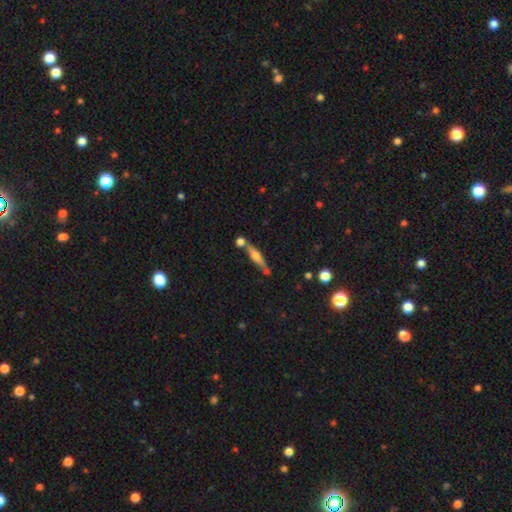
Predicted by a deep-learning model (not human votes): Morphology: type=featured or disk (53%); edge-on=yes (92%); merging=none (68%).